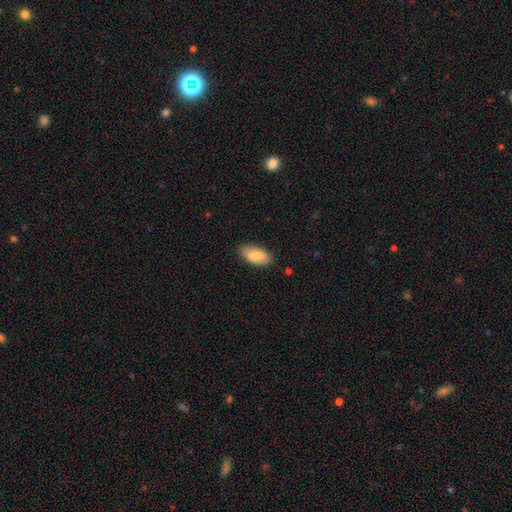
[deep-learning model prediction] Q: Smooth or featured?
A: smooth (82%); runner-up: featured or disk (12%)
Q: How rounded?
A: in between (92%); runner-up: cigar-shaped (5%)
Q: Merging?
A: none (84%); runner-up: minor disturbance (13%)